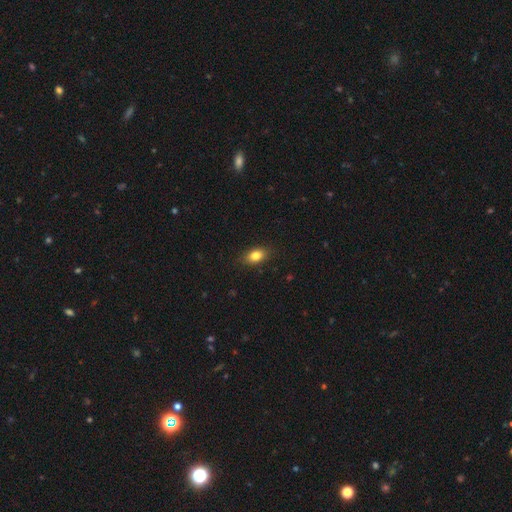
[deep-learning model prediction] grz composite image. It shows a smooth galaxy with no disk features (82%) that is in between round and cigar-shaped (82%). Merging: none (86%).